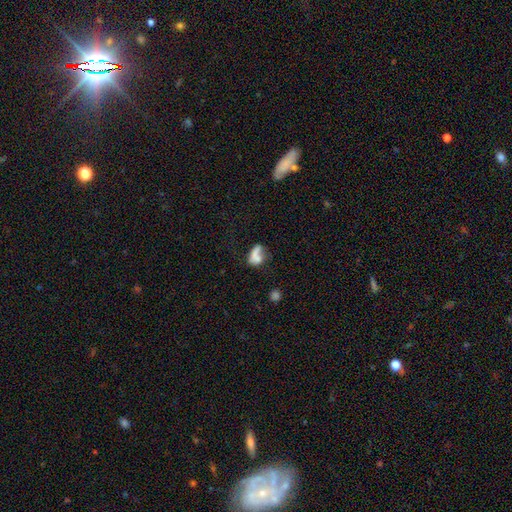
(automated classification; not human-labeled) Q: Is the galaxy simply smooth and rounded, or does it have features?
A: smooth — 63%.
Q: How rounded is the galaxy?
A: in between — 75%.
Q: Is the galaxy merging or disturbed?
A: merger — 29%.